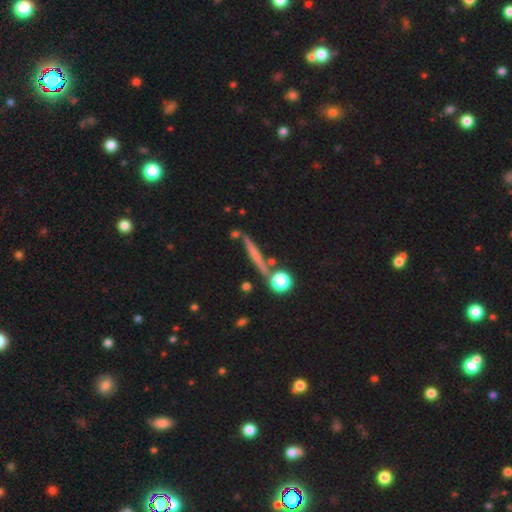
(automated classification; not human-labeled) This is possibly a featured or disk galaxy (47%). Merging: clearly none (82%).